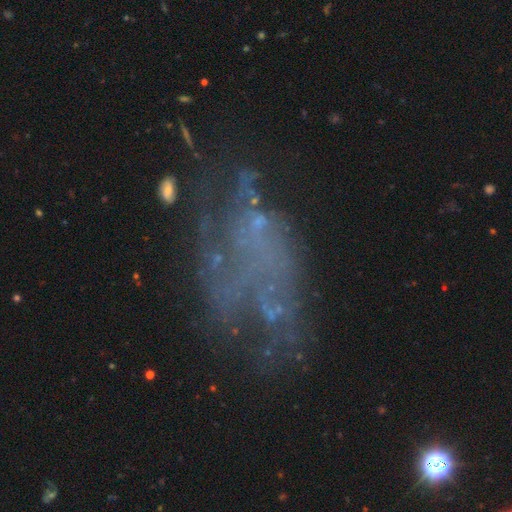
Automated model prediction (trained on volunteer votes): Smooth or featured: featured or disk — 51% (star or artifact — 28%)
Edge-on disk: no — 96% (yes — 4%)
Merging: none — 44% (major disturbance — 32%)